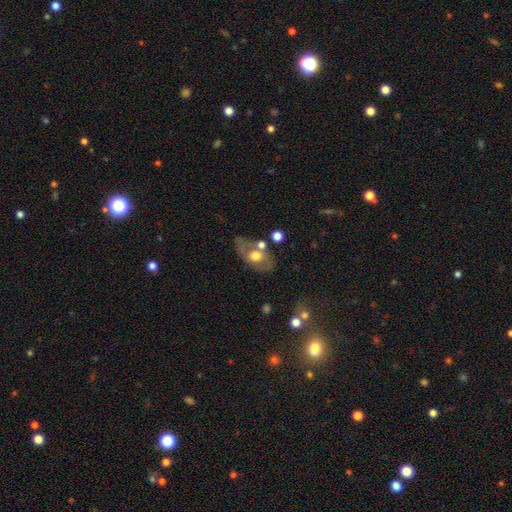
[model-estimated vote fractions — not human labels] Q: Smooth or featured?
A: featured or disk (51%); runner-up: smooth (41%)
Q: Edge-on disk?
A: no (88%); runner-up: yes (12%)
Q: Merging?
A: none (55%); runner-up: minor disturbance (19%)